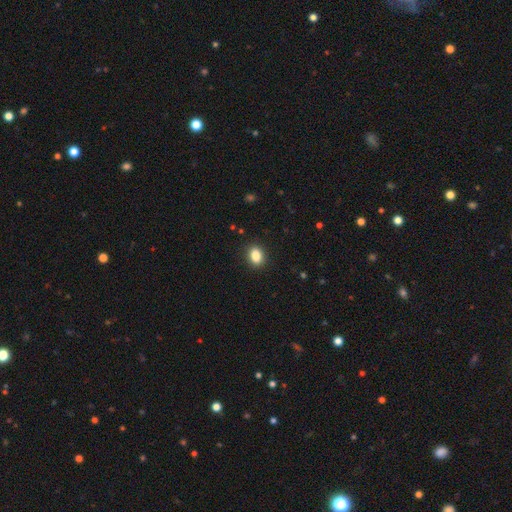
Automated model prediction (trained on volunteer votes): Q: Smooth or featured?
A: smooth (86%); runner-up: star or artifact (9%)
Q: How rounded?
A: in between (69%); runner-up: round (29%)
Q: Merging?
A: none (89%); runner-up: minor disturbance (8%)